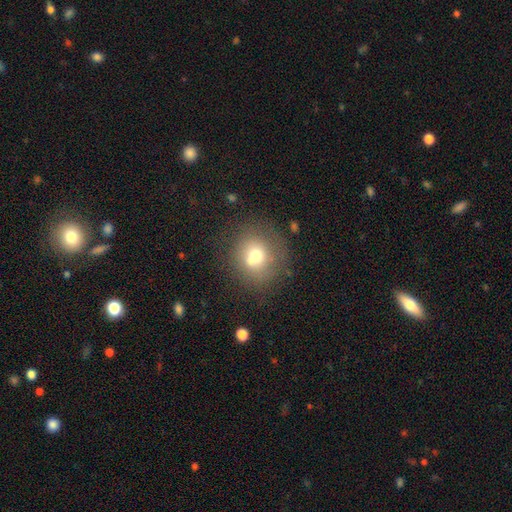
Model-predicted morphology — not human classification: This is likely a smooth galaxy (66%). How rounded: clearly round (88%). Merging: possibly none (60%).